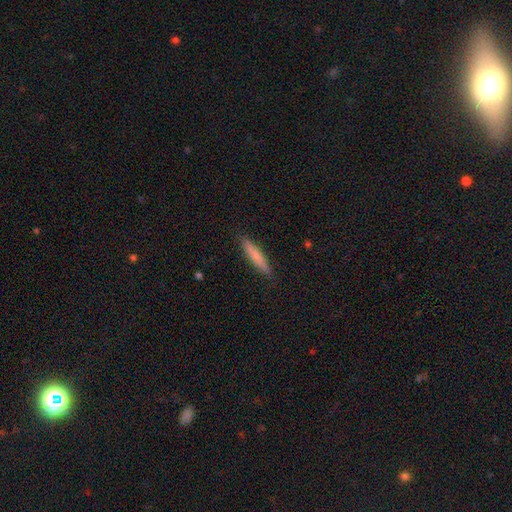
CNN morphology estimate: Smooth or featured: smooth — 75% (featured or disk — 19%)
How rounded: cigar-shaped — 91% (in between — 8%)
Merging: none — 90% (minor disturbance — 8%)